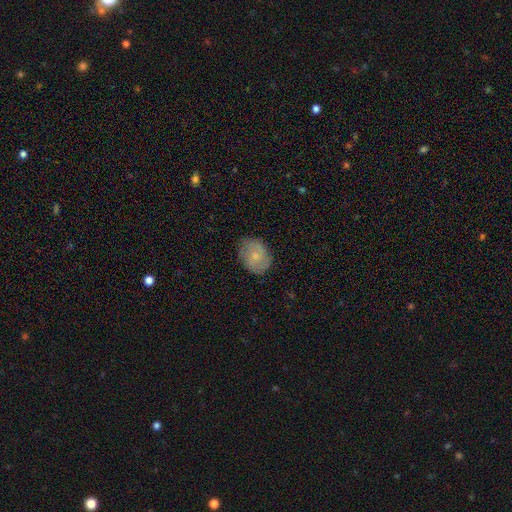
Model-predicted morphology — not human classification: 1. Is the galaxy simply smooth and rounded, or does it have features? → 55% smooth, 37% featured or disk, 7% star or artifact.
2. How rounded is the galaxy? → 56% in between, 43% round, 1% cigar-shaped.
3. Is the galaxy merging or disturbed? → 76% none, 19% minor disturbance, 5% major disturbance, 1% merger.